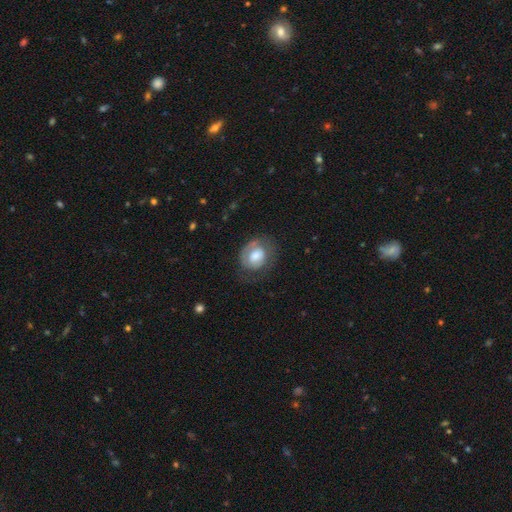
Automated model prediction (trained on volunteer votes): Morphology: type=smooth (52%); roundness=round (52%); merging=none (58%).